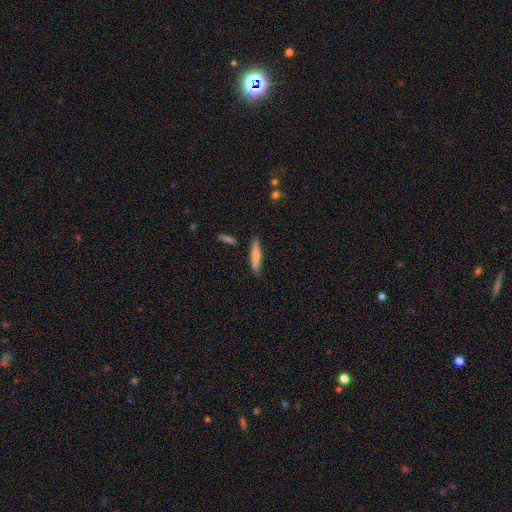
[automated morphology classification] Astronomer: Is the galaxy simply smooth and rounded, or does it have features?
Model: smooth — 75%.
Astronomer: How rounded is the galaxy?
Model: cigar-shaped — 88%.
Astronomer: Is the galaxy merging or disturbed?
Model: none — 85%.